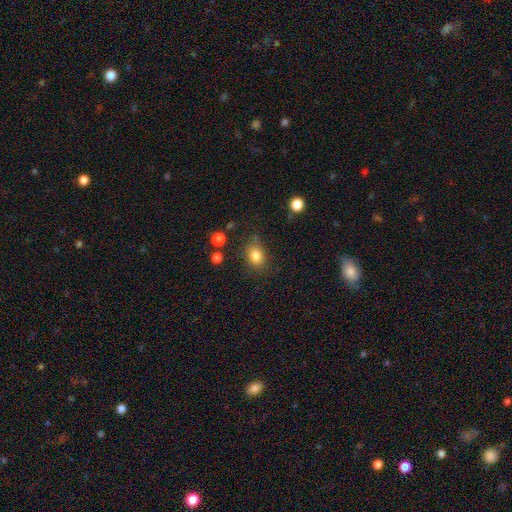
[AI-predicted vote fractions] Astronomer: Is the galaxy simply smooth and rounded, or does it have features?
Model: smooth — 83%.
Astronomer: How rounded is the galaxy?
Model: in between — 55% (runner-up: round, 44%).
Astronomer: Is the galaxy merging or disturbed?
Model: none — 72%.